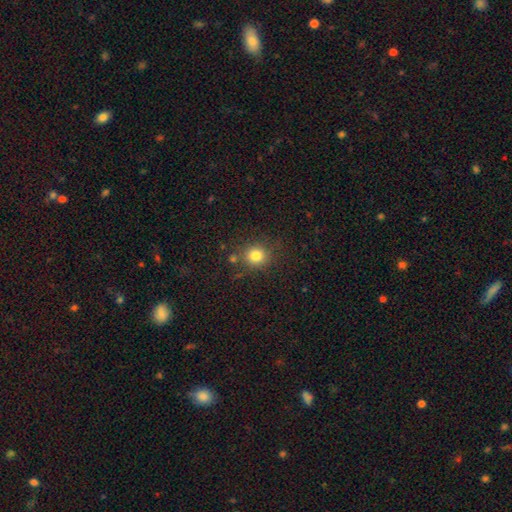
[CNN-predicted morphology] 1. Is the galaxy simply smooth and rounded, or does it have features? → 81% smooth, 13% star or artifact, 6% featured or disk.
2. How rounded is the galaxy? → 86% round, 13% in between, 1% cigar-shaped.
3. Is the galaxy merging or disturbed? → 81% none, 10% minor disturbance, 5% merger, 4% major disturbance.